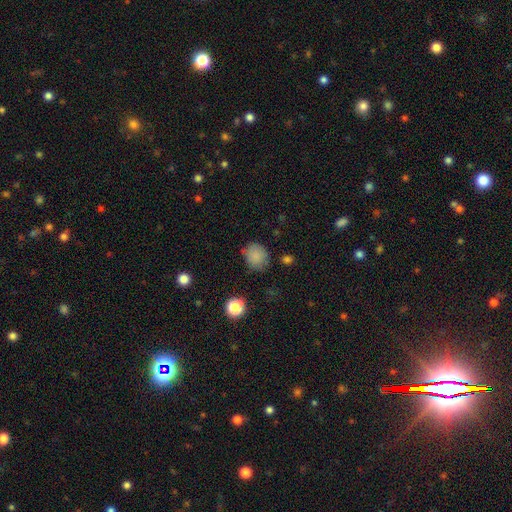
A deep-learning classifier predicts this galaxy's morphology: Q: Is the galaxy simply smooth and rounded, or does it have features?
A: smooth — 85%.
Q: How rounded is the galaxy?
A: round — 74%.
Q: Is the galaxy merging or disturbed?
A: none — 75%.